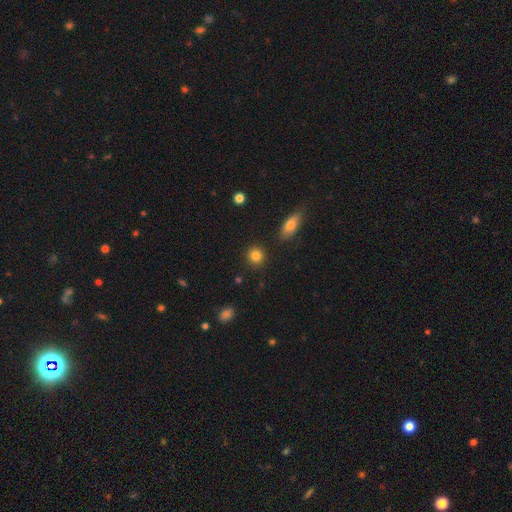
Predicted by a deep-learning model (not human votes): smooth 84%, star or artifact 10%, featured or disk 6%. Down the decision tree: how rounded — round (88%); merging — none (90%).